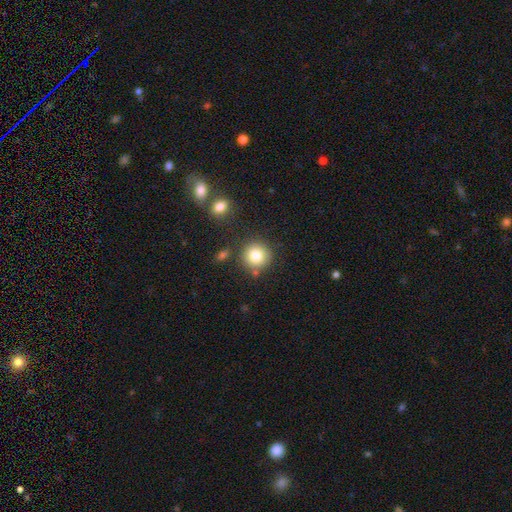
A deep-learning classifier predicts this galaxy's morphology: smooth 81%, star or artifact 10%, featured or disk 9%. Down the decision tree: how rounded — round (92%); merging — none (80%).